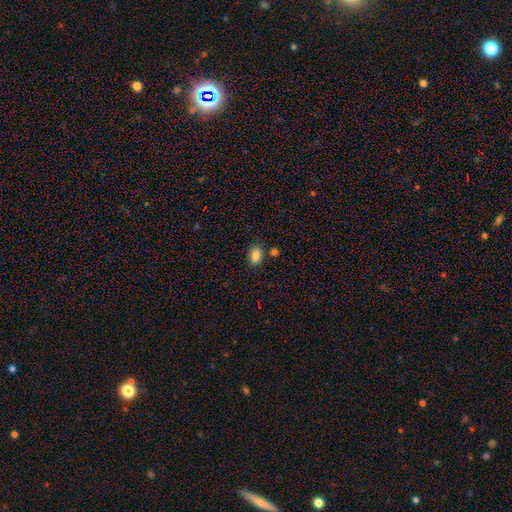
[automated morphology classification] This is clearly a smooth galaxy (85%). How rounded: clearly in between (80%). Merging: likely none (77%).